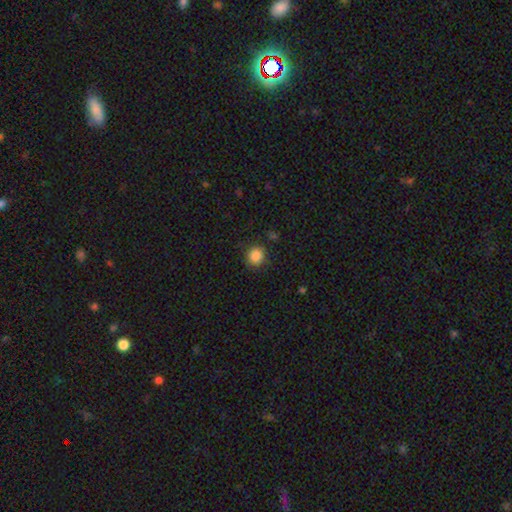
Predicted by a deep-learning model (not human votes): Morphology: type=smooth (86%); roundness=round (88%); merging=none (87%).